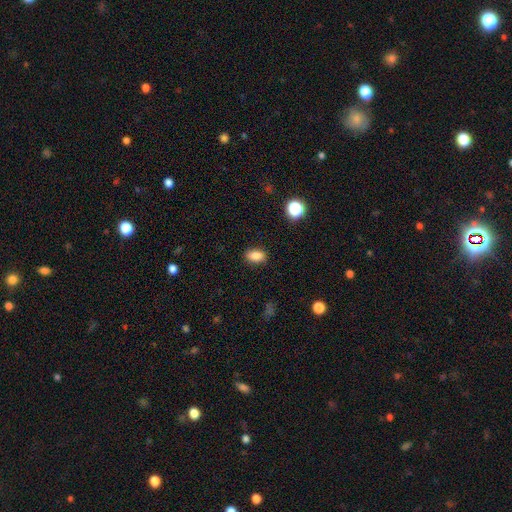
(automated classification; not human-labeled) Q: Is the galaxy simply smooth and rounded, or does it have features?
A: smooth — 85%.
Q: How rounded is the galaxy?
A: in between — 86%.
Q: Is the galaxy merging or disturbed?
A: none — 87%.